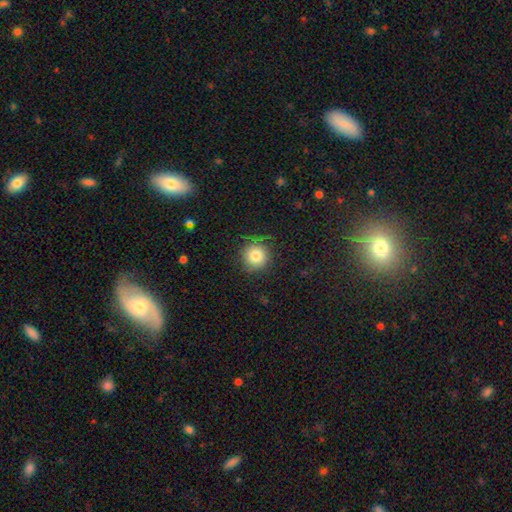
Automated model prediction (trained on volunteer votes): Smooth or featured? smooth (80%)
How rounded? round (93%)
Merging? none (78%)